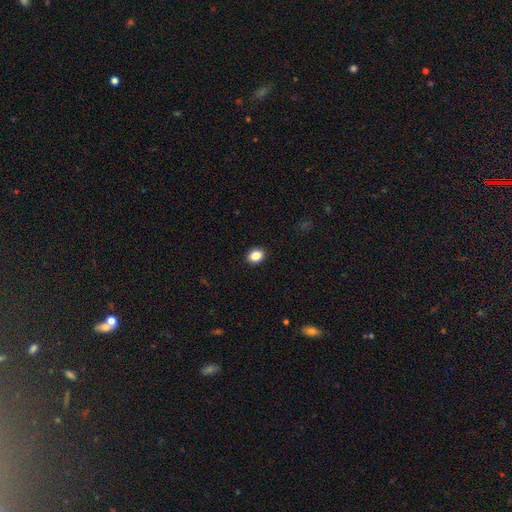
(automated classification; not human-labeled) This appears to be a smooth galaxy with no disk features (87%) that is in between round and cigar-shaped (50%). Merging: none (91%).